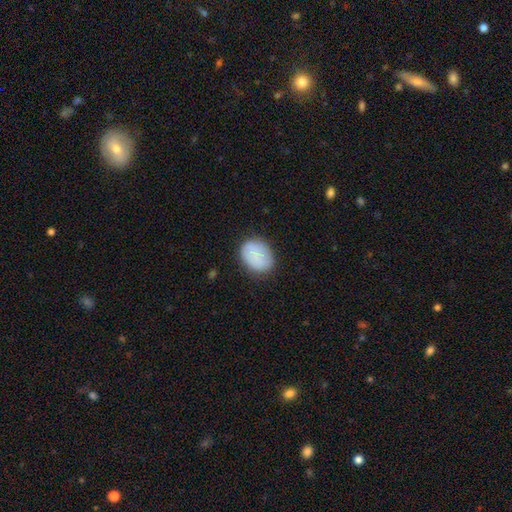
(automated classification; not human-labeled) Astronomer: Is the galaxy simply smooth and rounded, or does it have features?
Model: smooth — 84%.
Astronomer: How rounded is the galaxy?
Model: in between — 67%.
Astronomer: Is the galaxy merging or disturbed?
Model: none — 78%.